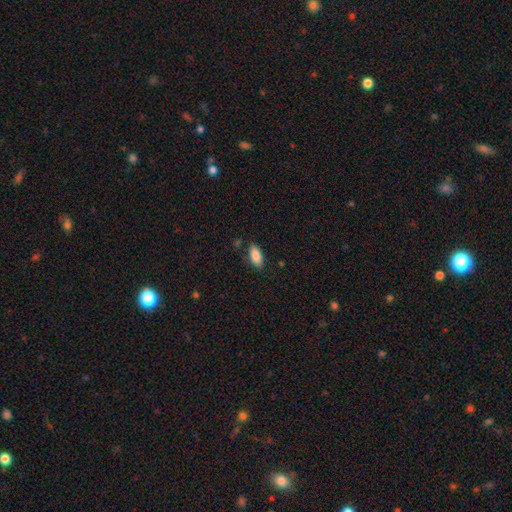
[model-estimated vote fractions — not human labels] A smooth galaxy with no disk features (88%) that is in between round and cigar-shaped (91%).

Vote fractions:
- Smooth or featured? smooth: 88% / star or artifact: 7% / featured or disk: 5%
- How rounded? in between: 91% / cigar-shaped: 7% / round: 2%
- Merging? none: 82% / minor disturbance: 13% / major disturbance: 3% / merger: 2%